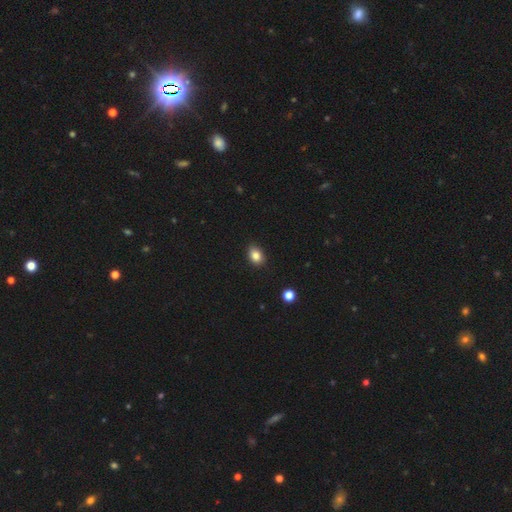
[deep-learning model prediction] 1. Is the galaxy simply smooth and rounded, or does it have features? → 83% smooth, 10% star or artifact, 6% featured or disk.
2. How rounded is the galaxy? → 70% in between, 29% round, 1% cigar-shaped.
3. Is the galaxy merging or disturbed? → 87% none, 10% minor disturbance, 2% major disturbance, 1% merger.